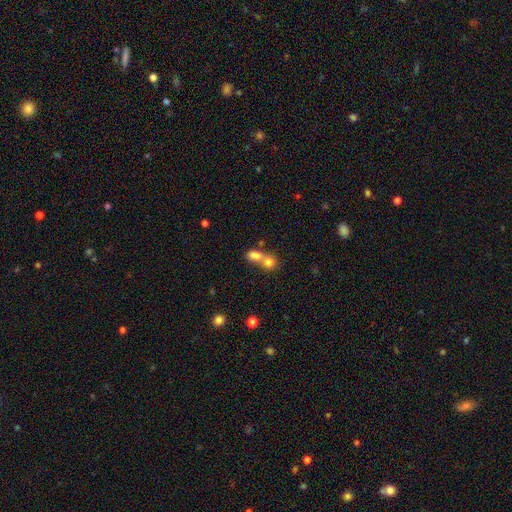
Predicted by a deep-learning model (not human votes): smooth_or_featured: smooth (p=0.76) [alt: featured or disk p=0.13]
how_rounded: in between (p=0.54) [alt: round p=0.43]
merging: merger (p=0.67) [alt: none p=0.24]